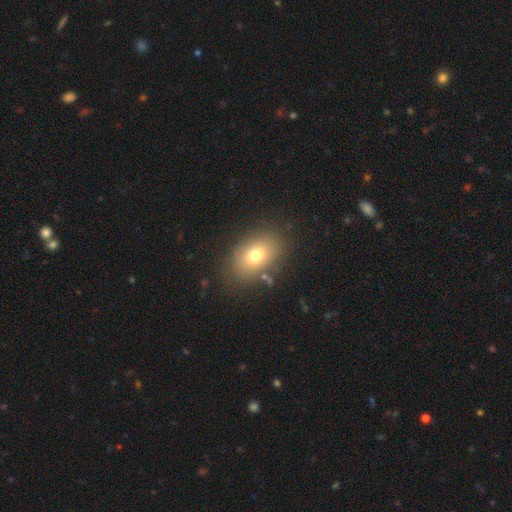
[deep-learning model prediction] Smooth or featured? smooth (75%)
How rounded? in between (82%)
Merging? none (81%)